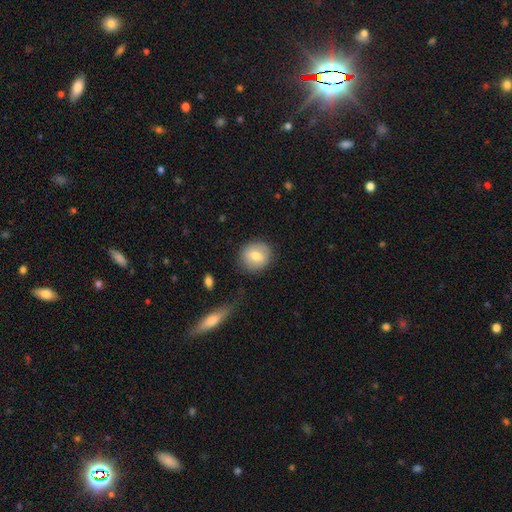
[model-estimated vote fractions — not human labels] smooth-or-featured: smooth: 73% | featured or disk: 19% | star or artifact: 8%
  how-rounded: round: 85% | in between: 14% | cigar-shaped: 1%
  merging: none: 84% | minor disturbance: 11% | major disturbance: 3% | merger: 2%